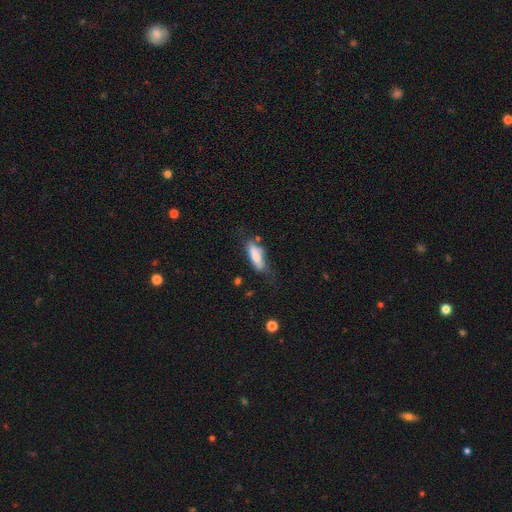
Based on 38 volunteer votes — Overall: smooth (66%; featured or disk 32%). How rounded: in between (72%). Merging: none (43%; minor disturbance 41%).